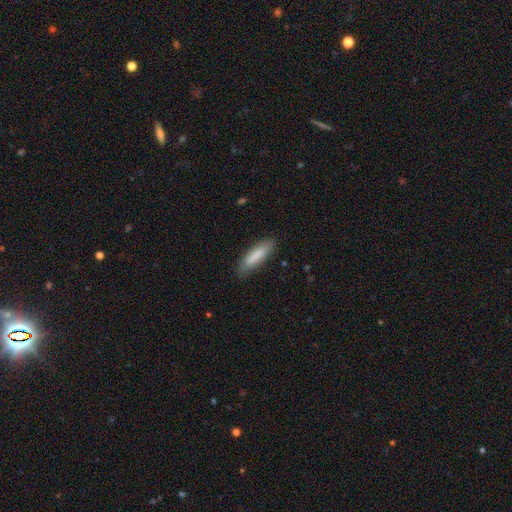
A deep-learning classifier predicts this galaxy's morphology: A smooth galaxy with no disk features (83%) that is cigar-shaped (66%).

Vote fractions:
- Smooth or featured? smooth: 83% / featured or disk: 11% / star or artifact: 6%
- How rounded? cigar-shaped: 66% / in between: 33% / round: 1%
- Merging? none: 81% / minor disturbance: 14% / major disturbance: 3% / merger: 1%